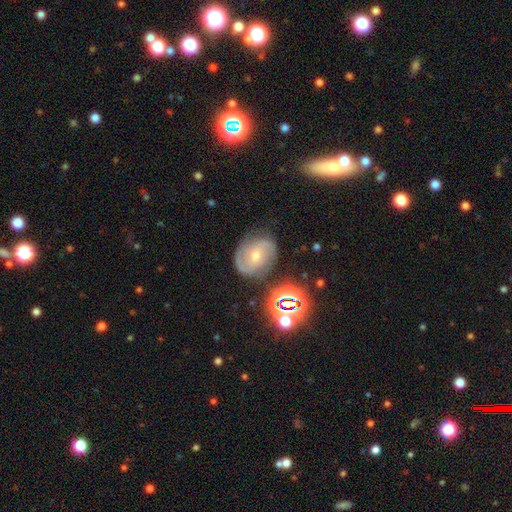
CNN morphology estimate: Q: Smooth or featured?
A: featured or disk (77%); runner-up: smooth (12%)
Q: Edge-on disk?
A: no (97%); runner-up: yes (3%)
Q: Bar?
A: no (46%); runner-up: weak (42%)
Q: Spiral arms?
A: yes (95%); runner-up: no (5%)
Q: Spiral winding?
A: medium (48%); runner-up: tight (40%)
Q: Spiral arm count?
A: 2 (77%); runner-up: can't tell (10%)
Q: Bulge size?
A: small (52%); runner-up: moderate (44%)
Q: Merging?
A: none (74%); runner-up: minor disturbance (17%)